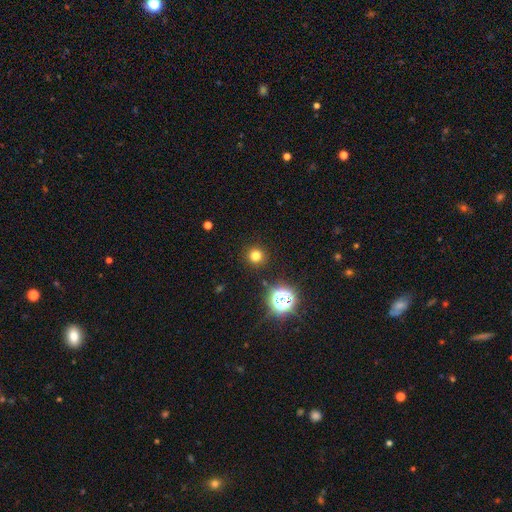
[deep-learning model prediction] Smooth or featured: smooth — 74% (star or artifact — 20%)
How rounded: round — 95% (in between — 4%)
Merging: none — 91% (minor disturbance — 5%)